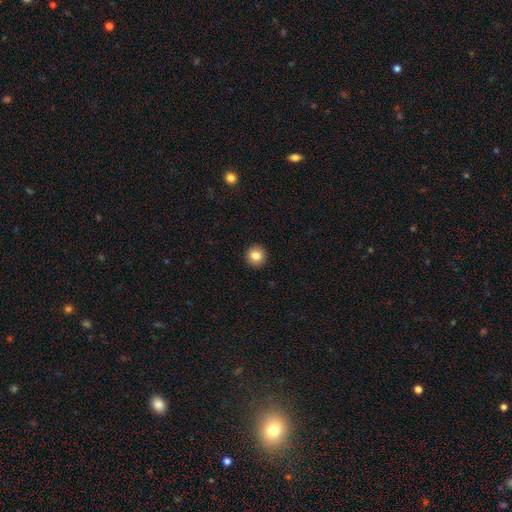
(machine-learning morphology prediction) The model was most divided on "smooth or featured": smooth: 83%, star or artifact: 10%, featured or disk: 7%. More confident: how rounded — round (95%); merging — none (94%).